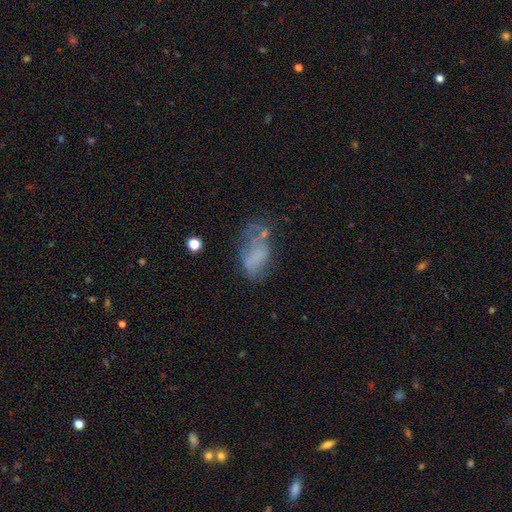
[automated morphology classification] Smooth or featured? Predicted: smooth (p=0.44). Merging? Predicted: major disturbance (p=0.35).